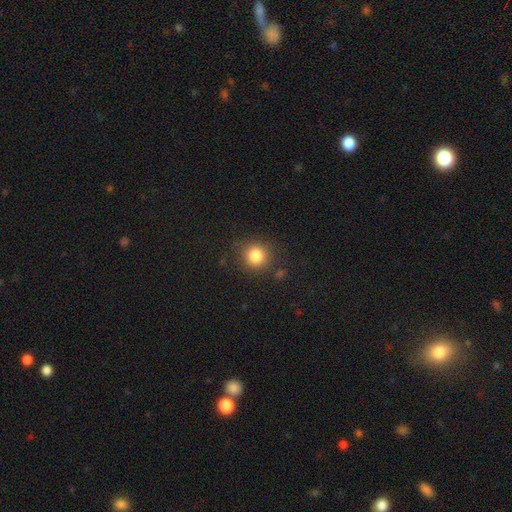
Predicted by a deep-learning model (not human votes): Smooth or featured? Predicted: smooth (p=0.83). How rounded? Predicted: round (p=0.91). Merging? Predicted: none (p=0.85).